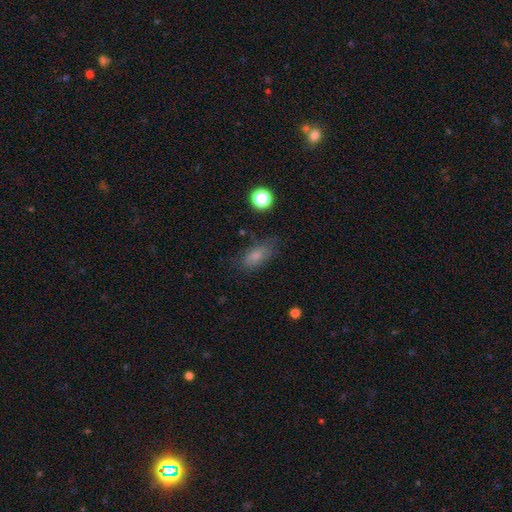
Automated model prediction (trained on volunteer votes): Morphology: type=smooth (77%); roundness=in between (84%); merging=none (70%).